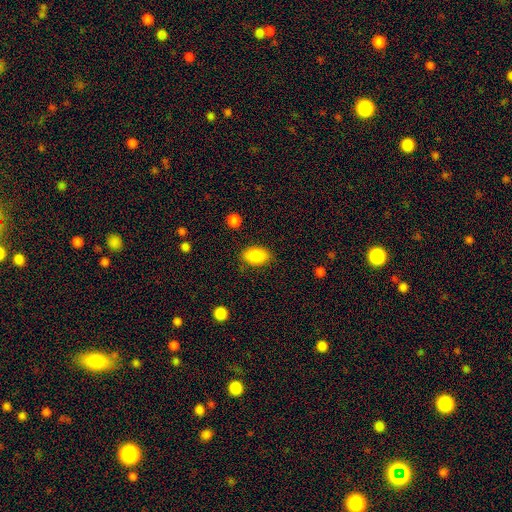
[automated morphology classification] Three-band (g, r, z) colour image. It shows a smooth galaxy with no disk features (88%) that is in between round and cigar-shaped (91%). Merging: none (83%).